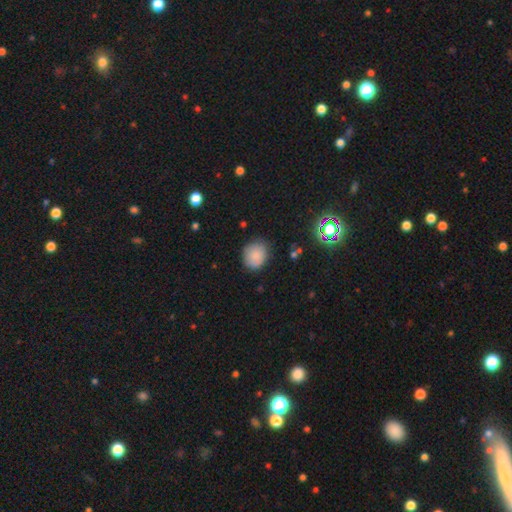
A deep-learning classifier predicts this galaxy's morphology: Smooth or featured: smooth — 83% (star or artifact — 10%)
How rounded: round — 72% (in between — 27%)
Merging: none — 78% (minor disturbance — 17%)